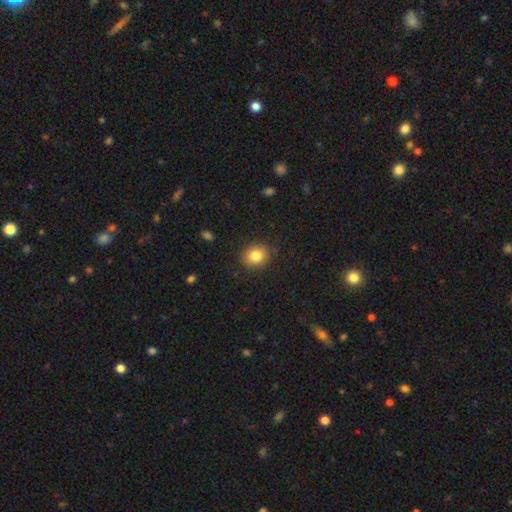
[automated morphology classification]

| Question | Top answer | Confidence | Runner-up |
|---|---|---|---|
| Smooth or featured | smooth | 83% | star or artifact (10%) |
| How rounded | round | 75% | in between (24%) |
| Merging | none | 89% | minor disturbance (8%) |